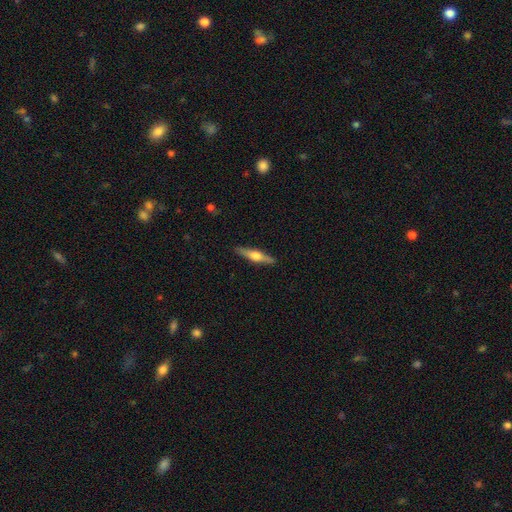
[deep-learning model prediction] Smooth or featured?
  - featured or disk: 66% *
  - smooth: 29%
  - star or artifact: 6%
Edge-on disk?
  - yes: 97% *
  - no: 3%
Edge-on bulge?
  - rounded: 94% *
  - boxy: 4%
  - none: 2%
Merging?
  - none: 90% *
  - minor disturbance: 7%
  - major disturbance: 2%
  - merger: 1%